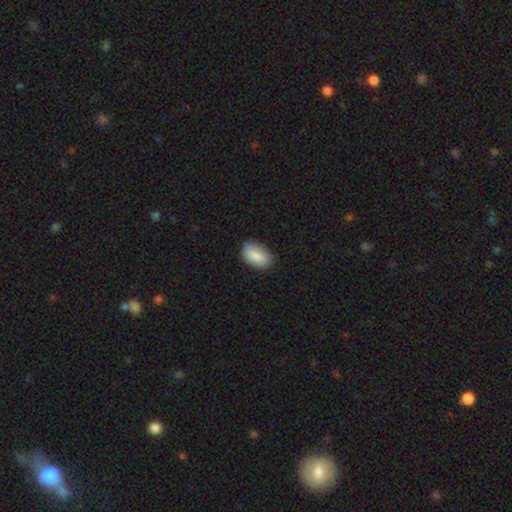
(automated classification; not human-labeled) Q: Smooth or featured?
A: smooth (86%); runner-up: featured or disk (8%)
Q: How rounded?
A: in between (94%); runner-up: round (5%)
Q: Merging?
A: none (83%); runner-up: minor disturbance (13%)